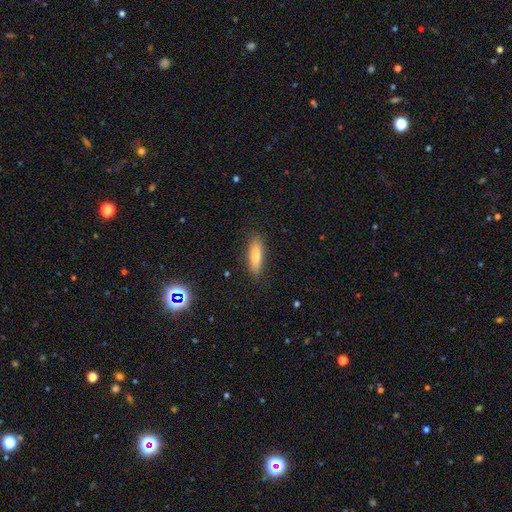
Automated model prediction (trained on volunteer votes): smooth-or-featured: smooth: 79% | featured or disk: 14% | star or artifact: 7%
  how-rounded: cigar-shaped: 49% (tied) | in between: 49% (tied) | round: 2%
  merging: none: 85% | minor disturbance: 11% | major disturbance: 3% | merger: 1%